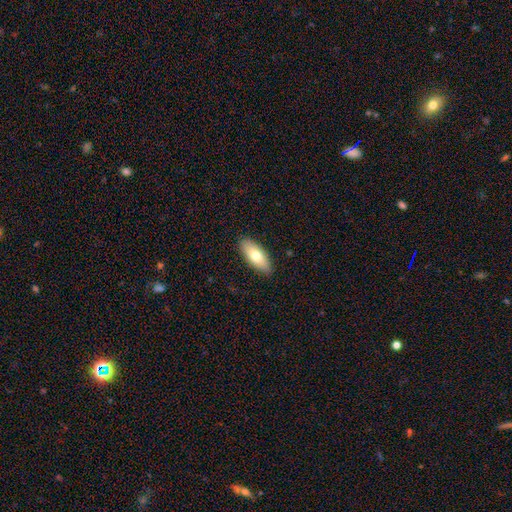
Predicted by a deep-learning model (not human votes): A smooth galaxy with no disk features (72%) that is in between round and cigar-shaped (79%). Merging: none (89%).